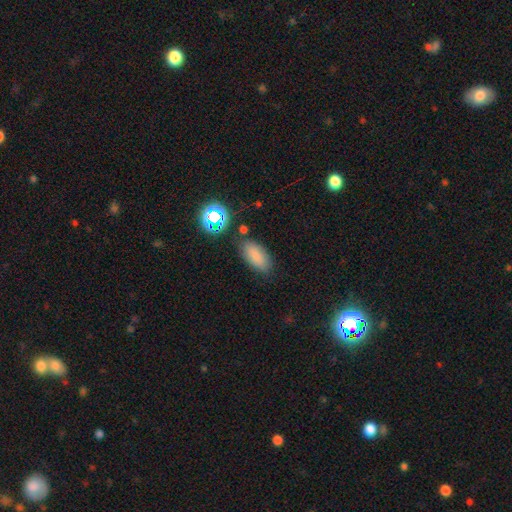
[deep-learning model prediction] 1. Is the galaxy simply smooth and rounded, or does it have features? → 80% smooth, 13% star or artifact, 7% featured or disk.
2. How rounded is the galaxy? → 89% in between, 7% cigar-shaped, 4% round.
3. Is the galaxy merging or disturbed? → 80% none, 12% minor disturbance, 4% merger, 4% major disturbance.